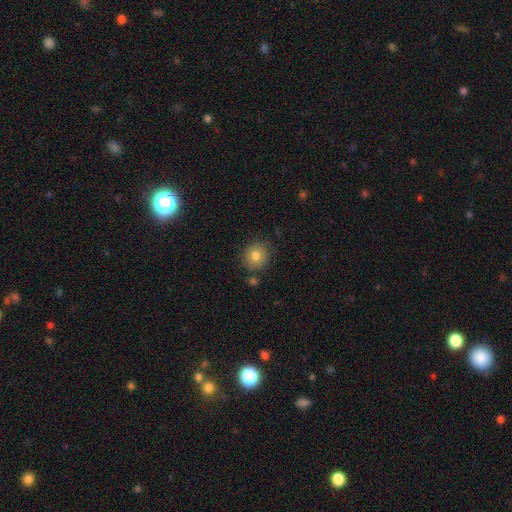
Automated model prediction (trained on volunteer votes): smooth_or_featured: smooth (p=0.80) [alt: star or artifact p=0.10]
how_rounded: round (p=0.86) [alt: in between p=0.13]
merging: none (p=0.82) [alt: minor disturbance p=0.11]